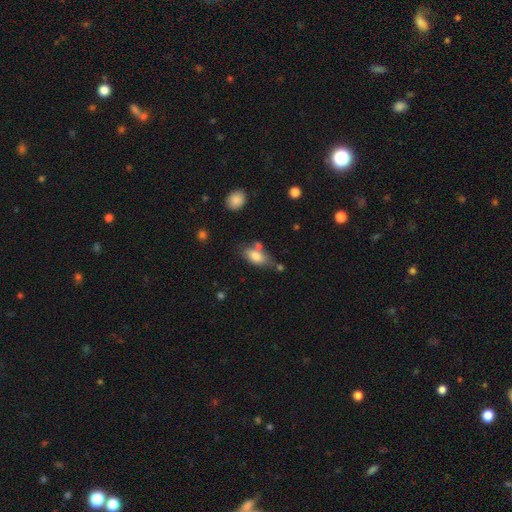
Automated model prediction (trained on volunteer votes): smooth_or_featured: smooth (p=0.79) [alt: featured or disk p=0.14]
how_rounded: in between (p=0.88) [alt: cigar-shaped p=0.08]
merging: none (p=0.54) [alt: minor disturbance p=0.22]